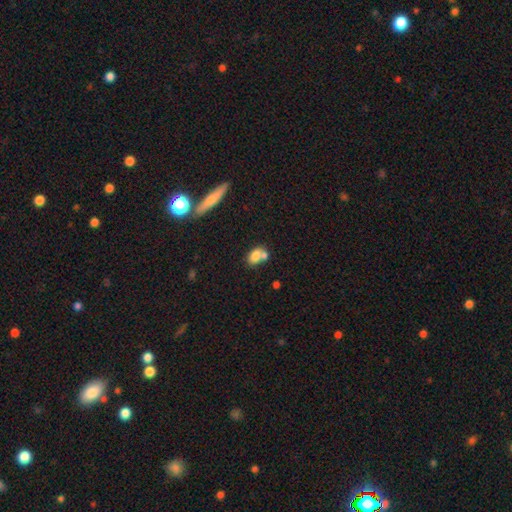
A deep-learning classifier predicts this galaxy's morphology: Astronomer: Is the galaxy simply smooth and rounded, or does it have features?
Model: smooth — 76%.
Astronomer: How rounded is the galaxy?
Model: in between — 76%.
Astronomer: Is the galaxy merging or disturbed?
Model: merger — 45% (runner-up: none, 39%).